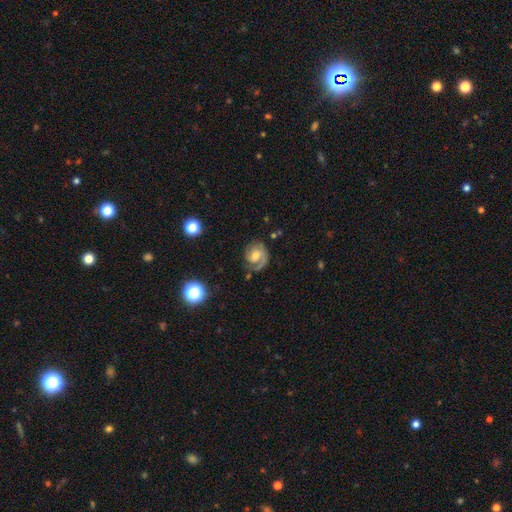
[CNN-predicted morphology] type=featured or disk (75%); edge-on=no (98%); bar=no (55%); spiral arms=yes (93%); winding=tight (49%); arm count=1 (52%); bulge=moderate (56%); merging=none (64%).